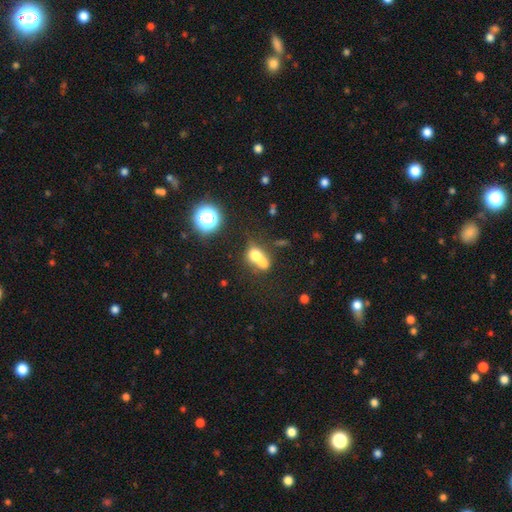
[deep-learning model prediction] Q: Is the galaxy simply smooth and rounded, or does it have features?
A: smooth — 64%.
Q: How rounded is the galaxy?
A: round — 47%, tied with in between.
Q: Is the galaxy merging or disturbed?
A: merger — 60%.